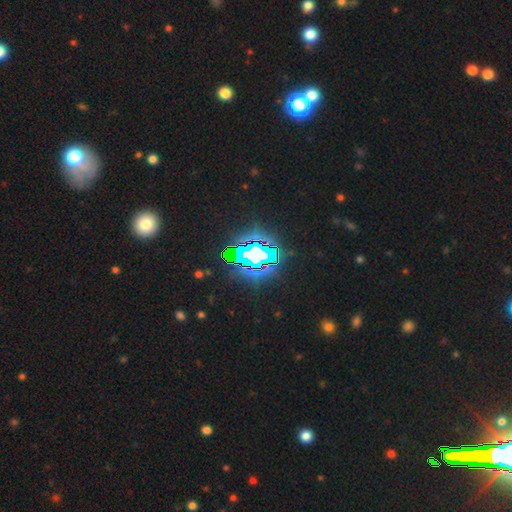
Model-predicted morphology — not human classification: Q: Smooth or featured?
A: star or artifact (71%); runner-up: featured or disk (15%)